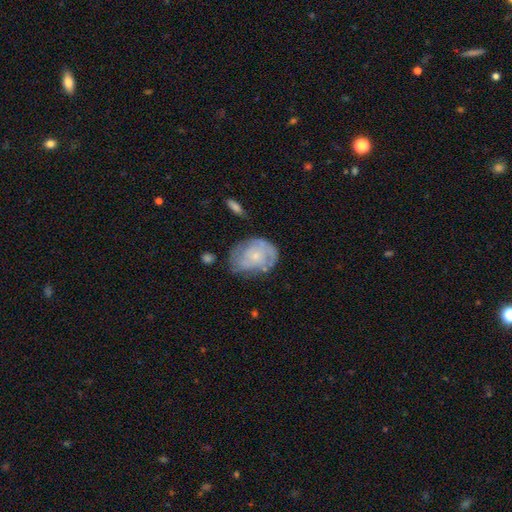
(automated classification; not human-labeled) Smooth or featured?
  - featured or disk: 59% *
  - smooth: 34%
  - star or artifact: 7%
Edge-on disk?
  - no: 97% *
  - yes: 3%
Bar?
  - no: 84% *
  - weak: 14%
  - strong: 2%
Spiral arms?
  - yes: 70% *
  - no: 30%
Bulge size?
  - small: 74% *
  - moderate: 19%
  - none: 5%
  - large: 1%
  - dominant: 1%
Merging?
  - none: 56% *
  - minor disturbance: 28%
  - major disturbance: 13%
  - merger: 4%